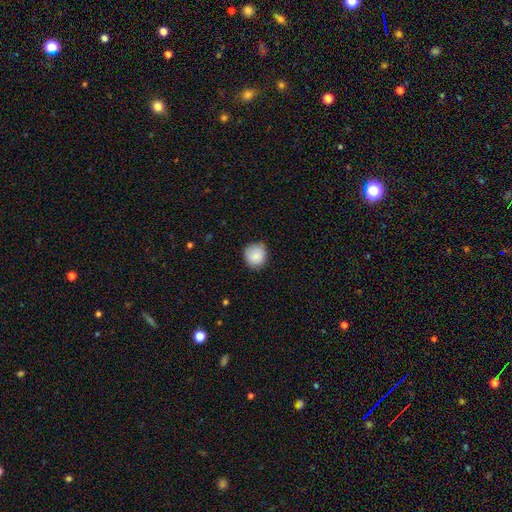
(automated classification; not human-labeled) smooth_or_featured: smooth (p=0.87) [alt: star or artifact p=0.08]
how_rounded: round (p=0.89) [alt: in between p=0.10]
merging: none (p=0.80) [alt: minor disturbance p=0.17]